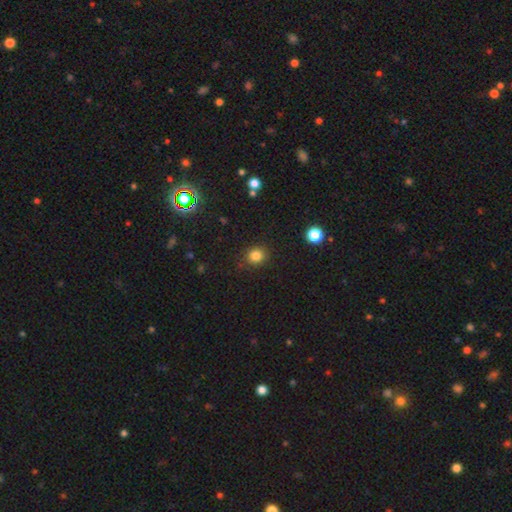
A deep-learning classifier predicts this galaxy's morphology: This appears to be a smooth galaxy with no disk features (83%) that is round (81%). Merging: none (87%).